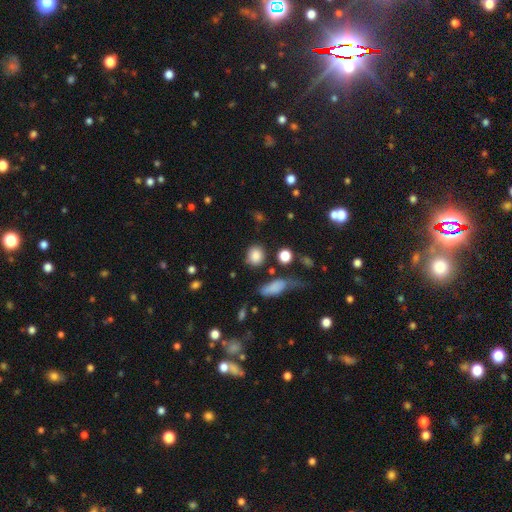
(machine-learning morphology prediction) Smooth or featured: smooth — 85% (star or artifact — 10%)
How rounded: round — 74% (in between — 24%)
Merging: none — 75% (minor disturbance — 13%)